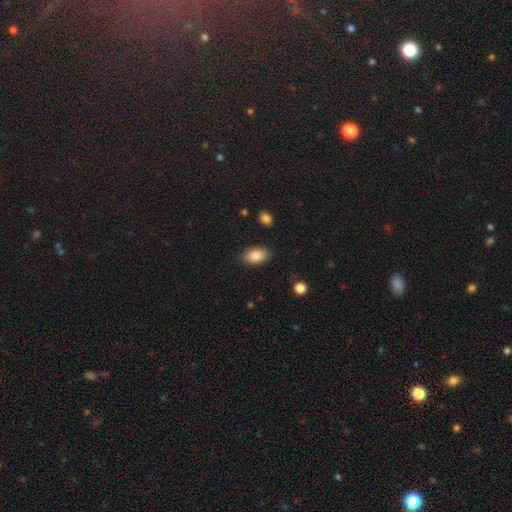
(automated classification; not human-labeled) Smooth or featured?
  - smooth: 87% *
  - star or artifact: 7%
  - featured or disk: 6%
How rounded?
  - in between: 92% *
  - round: 6%
  - cigar-shaped: 2%
Merging?
  - none: 84% *
  - minor disturbance: 12%
  - major disturbance: 3%
  - merger: 1%